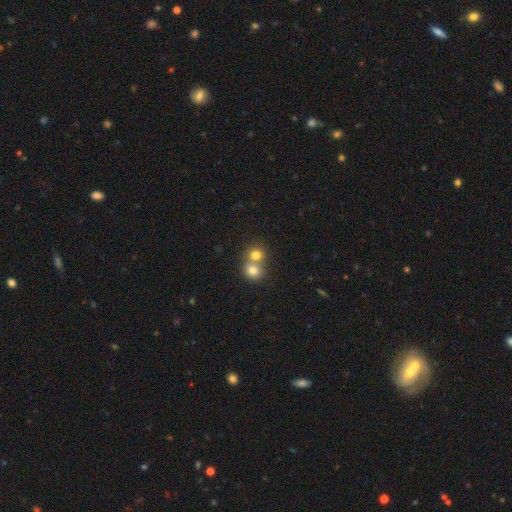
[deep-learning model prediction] A smooth galaxy with no disk features (76%) that is round (82%). Merging: merger (61%).